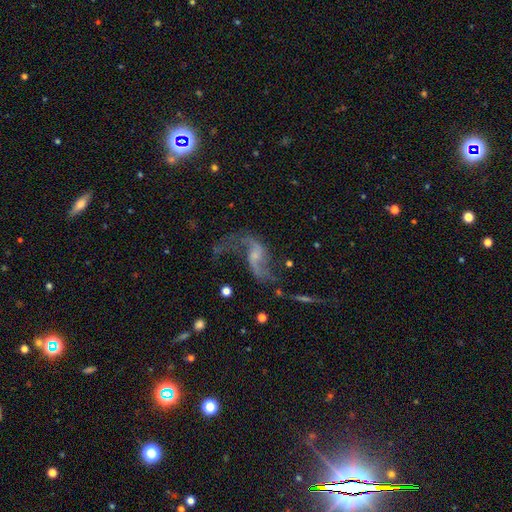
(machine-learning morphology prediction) Q: Smooth or featured?
A: featured or disk (83%); runner-up: star or artifact (9%)
Q: Edge-on disk?
A: no (96%); runner-up: yes (4%)
Q: Bar?
A: no (48%); runner-up: weak (40%)
Q: Spiral arms?
A: yes (92%); runner-up: no (8%)
Q: Spiral winding?
A: loose (89%); runner-up: medium (8%)
Q: Spiral arm count?
A: 2 (89%); runner-up: 1 (6%)
Q: Bulge size?
A: small (56%); runner-up: moderate (21%)
Q: Merging?
A: none (48%); runner-up: major disturbance (27%)